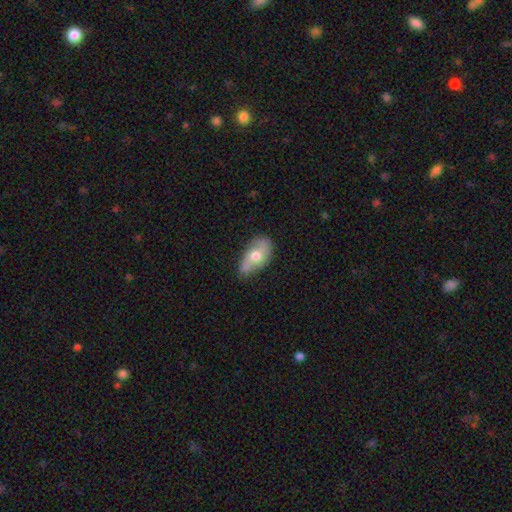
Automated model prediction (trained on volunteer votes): Smooth or featured: smooth — 53% (featured or disk — 40%)
How rounded: in between — 89% (round — 7%)
Merging: none — 51% (minor disturbance — 36%)